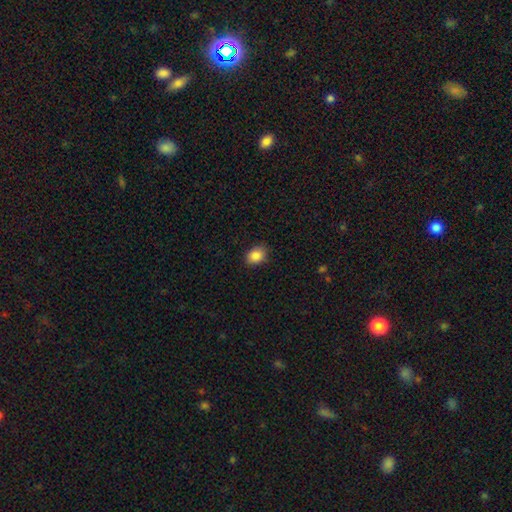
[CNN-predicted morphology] Smooth or featured?
  - smooth: 87% *
  - star or artifact: 9%
  - featured or disk: 4%
How rounded?
  - in between: 69% *
  - round: 30%
  - cigar-shaped: 1%
Merging?
  - none: 85% *
  - minor disturbance: 11%
  - major disturbance: 2%
  - merger: 1%